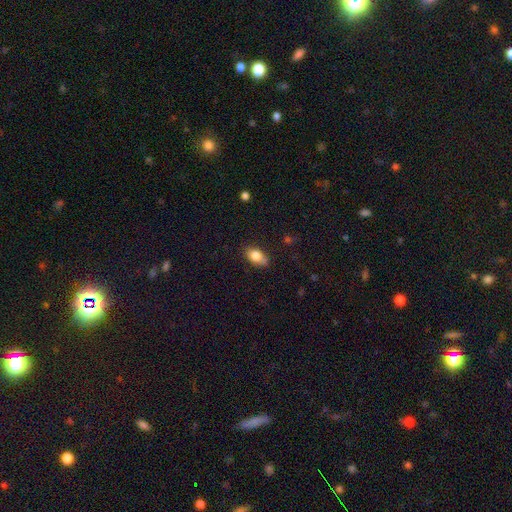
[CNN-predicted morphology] Smooth or featured? Predicted: smooth (p=0.81). How rounded? Predicted: in between (p=0.85). Merging? Predicted: none (p=0.68).